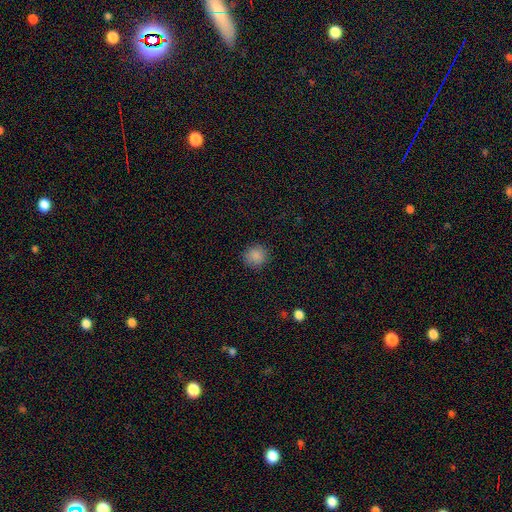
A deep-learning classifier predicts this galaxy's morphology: Smooth or featured? smooth (86%)
How rounded? round (91%)
Merging? none (89%)